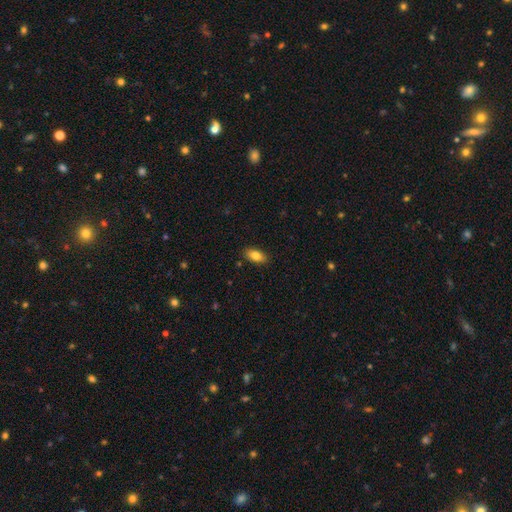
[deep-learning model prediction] smooth-or-featured: smooth: 82% | featured or disk: 11% | star or artifact: 8%
  how-rounded: in between: 90% | cigar-shaped: 5% | round: 5%
  merging: none: 88% | minor disturbance: 9% | major disturbance: 2% | merger: 1%